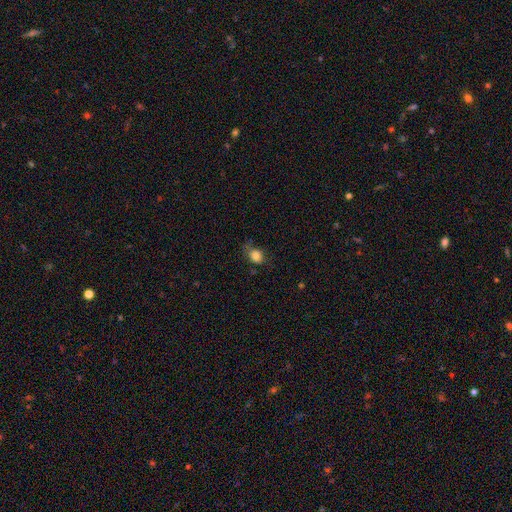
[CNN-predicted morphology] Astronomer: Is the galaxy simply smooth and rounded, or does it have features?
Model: smooth — 82%.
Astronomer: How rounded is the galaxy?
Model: round — 50% (runner-up: in between, 49%).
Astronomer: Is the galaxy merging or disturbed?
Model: none — 57%.